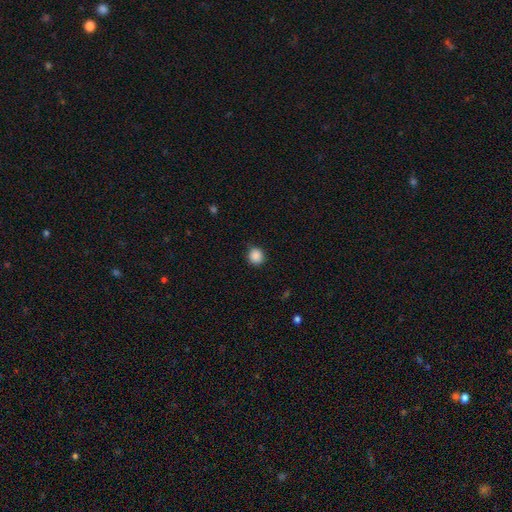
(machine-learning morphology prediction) smooth-or-featured: smooth: 88% | star or artifact: 10% | featured or disk: 2%
  how-rounded: round: 91% | in between: 9% | cigar-shaped: 1%
  merging: none: 86% | minor disturbance: 10% | major disturbance: 3% | merger: 1%